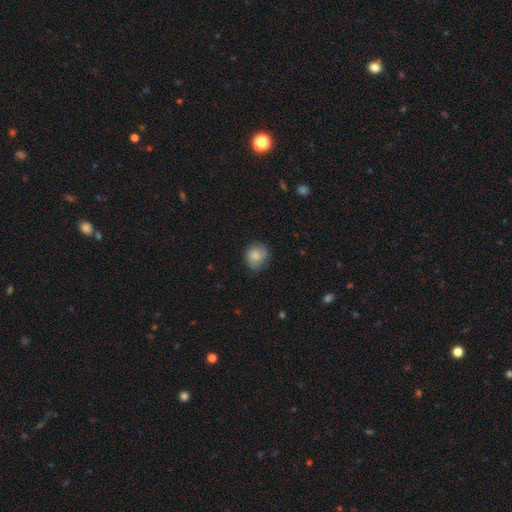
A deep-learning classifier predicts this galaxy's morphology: A smooth galaxy with no disk features (76%) that is round (76%).

Vote fractions:
- Smooth or featured? smooth: 76% / featured or disk: 16% / star or artifact: 7%
- How rounded? round: 76% / in between: 23% / cigar-shaped: 1%
- Merging? none: 72% / minor disturbance: 22% / major disturbance: 5% / merger: 1%